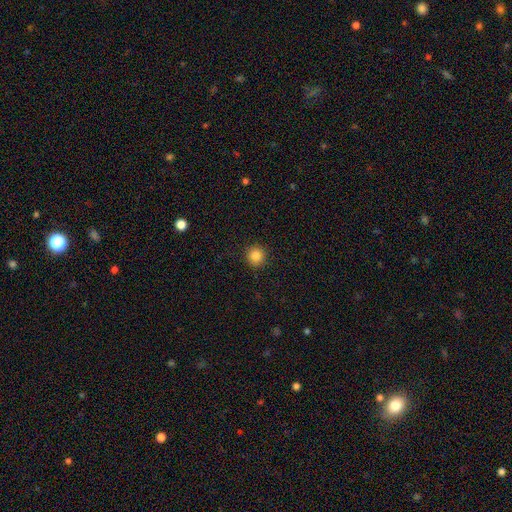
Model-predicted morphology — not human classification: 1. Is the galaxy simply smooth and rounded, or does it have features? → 85% smooth, 11% star or artifact, 4% featured or disk.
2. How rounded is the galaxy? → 94% round, 5% in between, 1% cigar-shaped.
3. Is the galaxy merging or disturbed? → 92% none, 5% minor disturbance, 2% major disturbance, 1% merger.